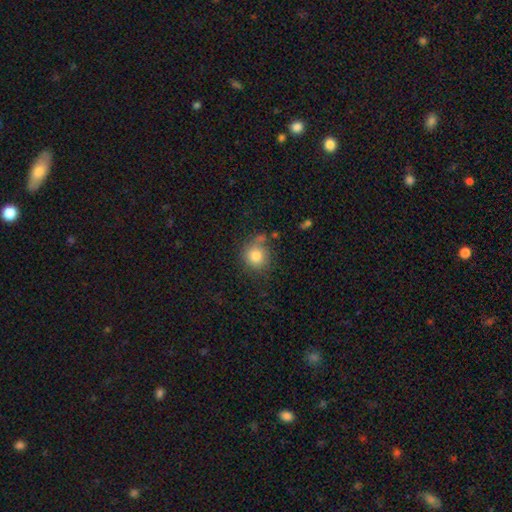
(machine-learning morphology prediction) Q: Smooth or featured?
A: smooth (81%); runner-up: star or artifact (11%)
Q: How rounded?
A: round (86%); runner-up: in between (13%)
Q: Merging?
A: none (64%); runner-up: minor disturbance (20%)